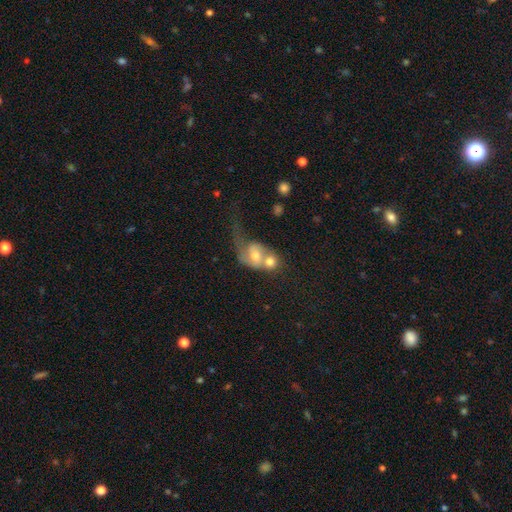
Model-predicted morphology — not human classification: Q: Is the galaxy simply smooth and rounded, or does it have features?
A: smooth — 46%.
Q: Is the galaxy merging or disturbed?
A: merger — 69%.